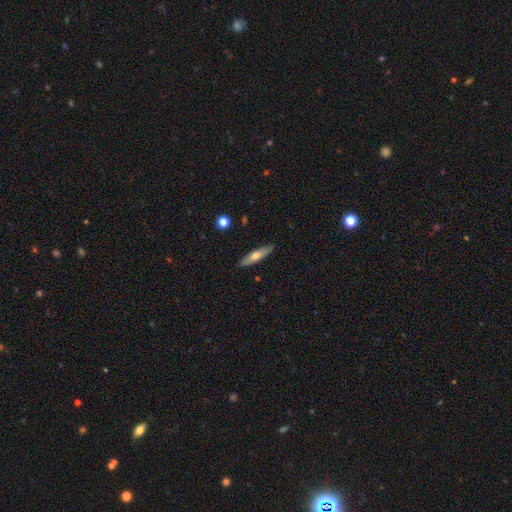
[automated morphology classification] smooth 55%, featured or disk 39%, star or artifact 6%. Down the decision tree: how rounded — cigar-shaped (77%); merging — none (89%).